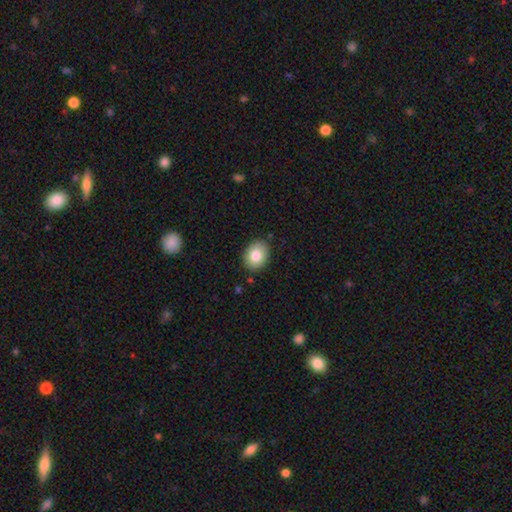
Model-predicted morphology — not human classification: The model was most divided on "how rounded": in between: 62%, round: 37%, cigar-shaped: 1%. More confident: merging — none (87%); smooth or featured — smooth (82%).